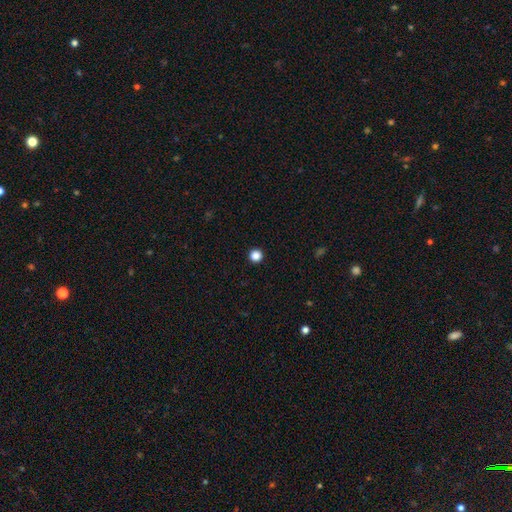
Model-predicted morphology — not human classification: This is clearly a smooth galaxy (86%). How rounded: clearly round (96%). Merging: clearly none (94%).